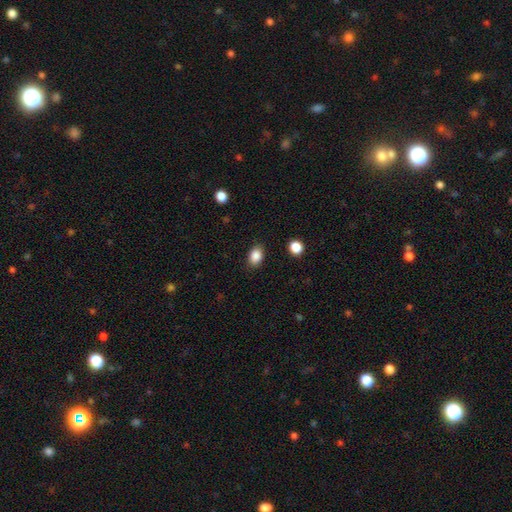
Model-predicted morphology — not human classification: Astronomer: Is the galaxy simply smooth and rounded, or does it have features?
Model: smooth — 87%.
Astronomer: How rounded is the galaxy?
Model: in between — 75%.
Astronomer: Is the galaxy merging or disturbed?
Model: none — 85%.